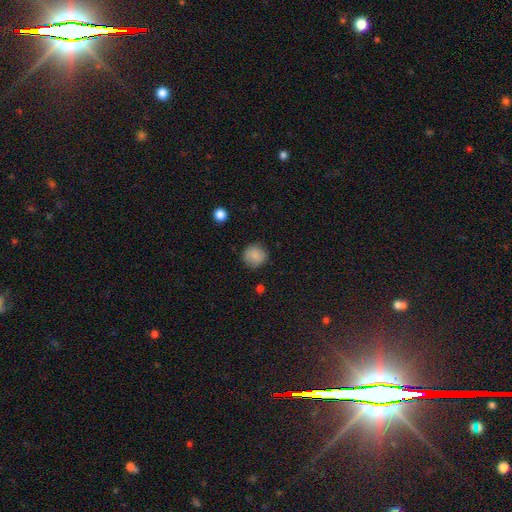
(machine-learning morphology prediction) Q: Smooth or featured?
A: smooth (85%); runner-up: star or artifact (9%)
Q: How rounded?
A: round (91%); runner-up: in between (8%)
Q: Merging?
A: none (87%); runner-up: minor disturbance (9%)